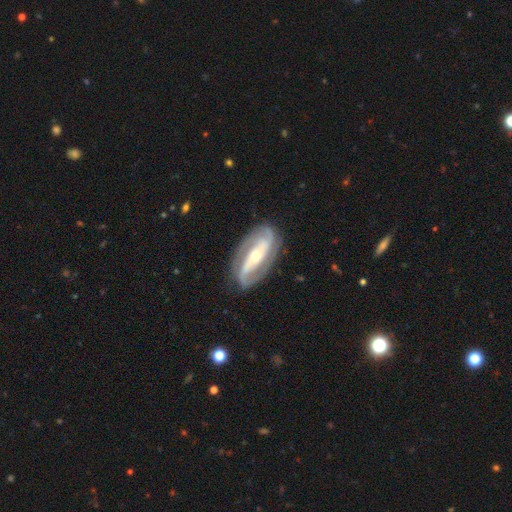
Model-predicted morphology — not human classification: Overall: featured or disk (88%). Edge-on disk: no (93%). Bar: strong (55%; no 23%). Spiral arms: yes (94%). Spiral arm count: 2 (88%). Spiral winding: medium (41%; tight 40%). Bulge size: moderate (50%; small 45%). Merging: none (82%).